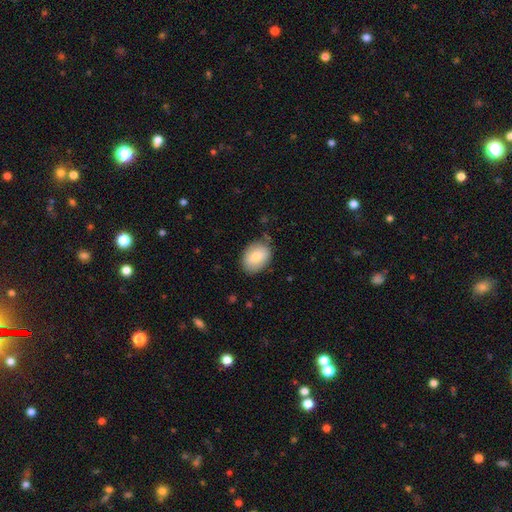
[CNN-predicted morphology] Q: Smooth or featured?
A: smooth (80%); runner-up: featured or disk (13%)
Q: How rounded?
A: in between (76%); runner-up: round (23%)
Q: Merging?
A: none (79%); runner-up: minor disturbance (16%)